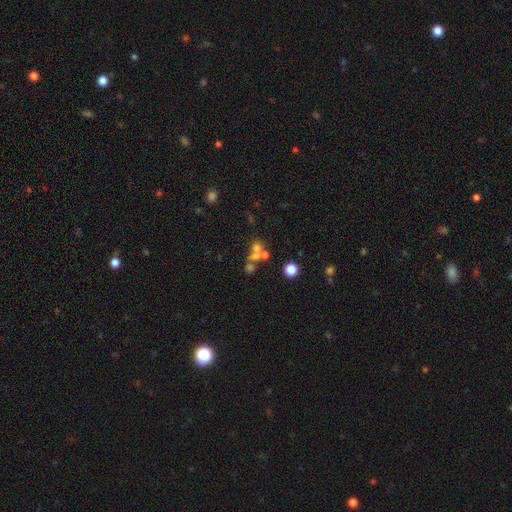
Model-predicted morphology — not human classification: smooth_or_featured: smooth (p=0.52) [alt: featured or disk p=0.25]
how_rounded: round (p=0.82) [alt: in between p=0.16]
merging: merger (p=0.50) [alt: none p=0.37]